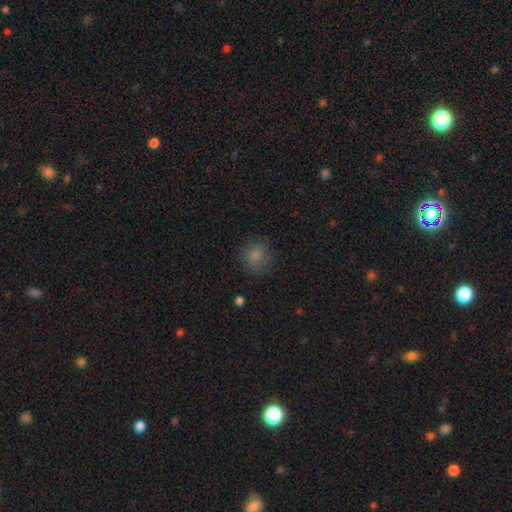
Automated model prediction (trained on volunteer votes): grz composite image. It shows a smooth galaxy with no disk features (81%) that is round (84%). Merging: none (78%).